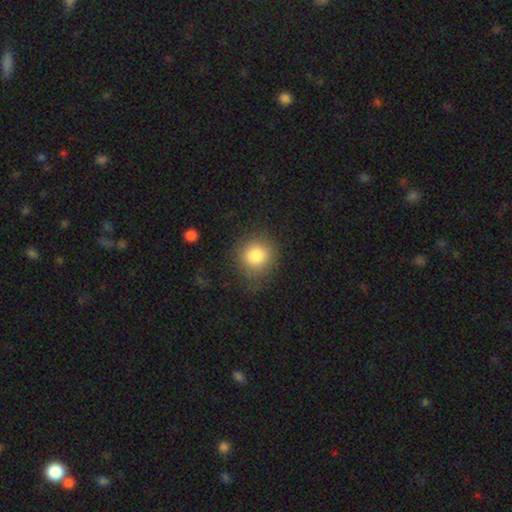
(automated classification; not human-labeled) This appears to be a smooth galaxy with no disk features (83%) that is round (88%). Merging: none (76%).